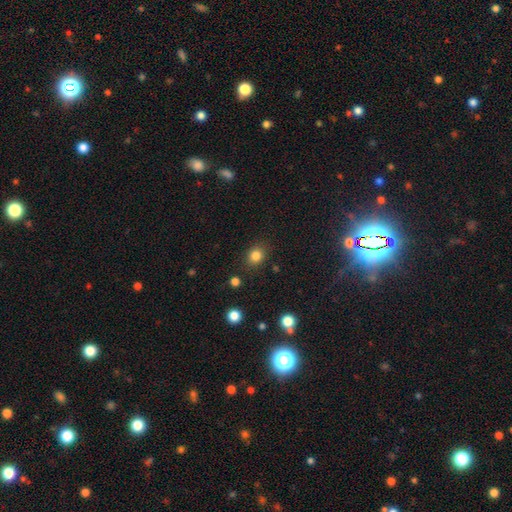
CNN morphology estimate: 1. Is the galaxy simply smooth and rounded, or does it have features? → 83% smooth, 12% star or artifact, 5% featured or disk.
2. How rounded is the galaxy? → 63% round, 36% in between, 1% cigar-shaped.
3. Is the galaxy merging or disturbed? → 84% none, 11% minor disturbance, 3% major disturbance, 2% merger.